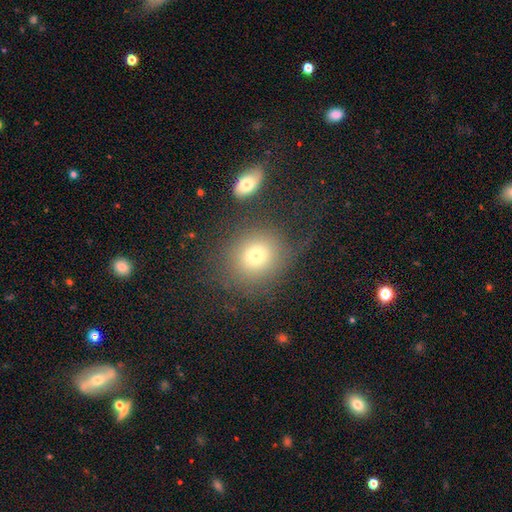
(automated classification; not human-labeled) smooth 73%, featured or disk 14%, star or artifact 13%. Down the decision tree: how rounded — round (76%); merging — none (68%).